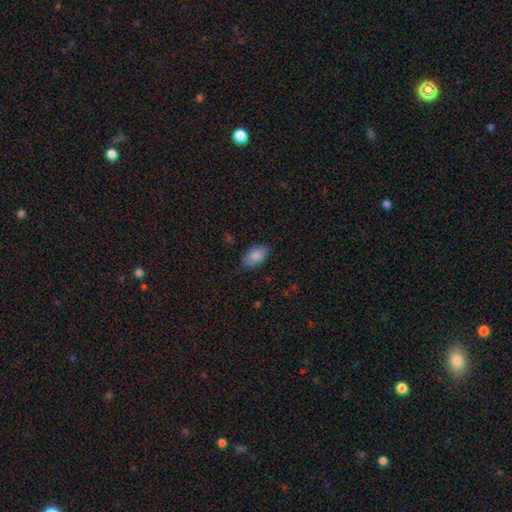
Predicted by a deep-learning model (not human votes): Smooth or featured? smooth (87%)
How rounded? in between (93%)
Merging? none (80%)